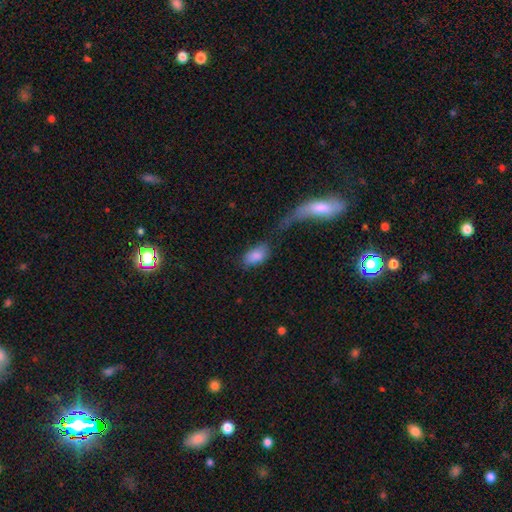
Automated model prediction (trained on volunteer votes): Smooth or featured? smooth (84%)
How rounded? in between (92%)
Merging? none (55%)